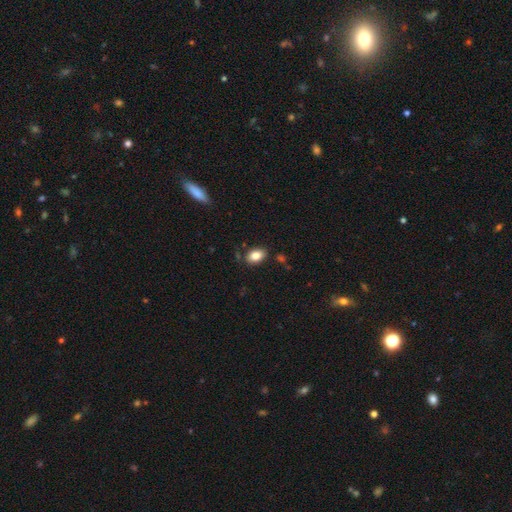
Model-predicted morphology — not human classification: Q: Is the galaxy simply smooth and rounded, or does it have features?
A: smooth — 84%.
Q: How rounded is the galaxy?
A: in between — 86%.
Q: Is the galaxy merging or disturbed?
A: none — 83%.